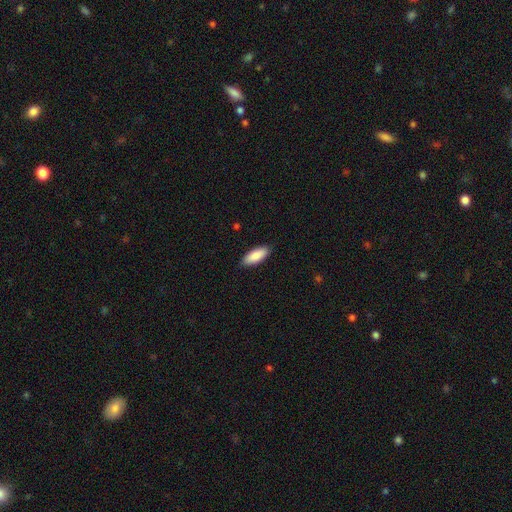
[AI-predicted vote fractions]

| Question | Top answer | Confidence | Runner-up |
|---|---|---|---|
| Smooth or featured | smooth | 87% | featured or disk (7%) |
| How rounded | in between | 79% | cigar-shaped (20%) |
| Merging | none | 89% | minor disturbance (9%) |